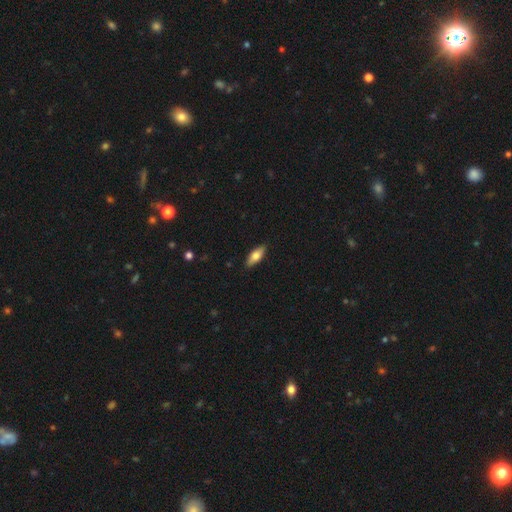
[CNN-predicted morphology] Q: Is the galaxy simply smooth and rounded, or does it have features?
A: smooth — 74%.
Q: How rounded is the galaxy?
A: in between — 76%.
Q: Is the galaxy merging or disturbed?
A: none — 88%.